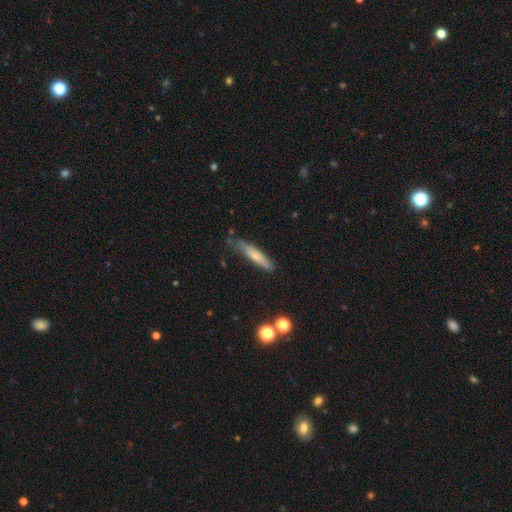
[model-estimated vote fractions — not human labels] The model was most divided on "smooth or featured": smooth: 69%, featured or disk: 24%, star or artifact: 7%. More confident: how rounded — cigar-shaped (88%); merging — none (73%).